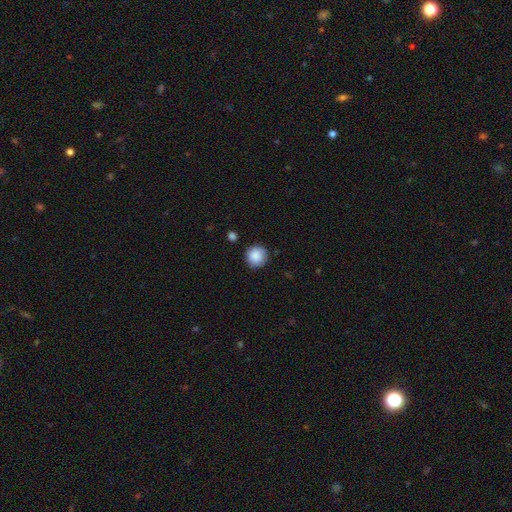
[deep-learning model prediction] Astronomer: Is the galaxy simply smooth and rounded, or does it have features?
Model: smooth — 88%.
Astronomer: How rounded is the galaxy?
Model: round — 93%.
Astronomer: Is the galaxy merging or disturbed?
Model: none — 86%.